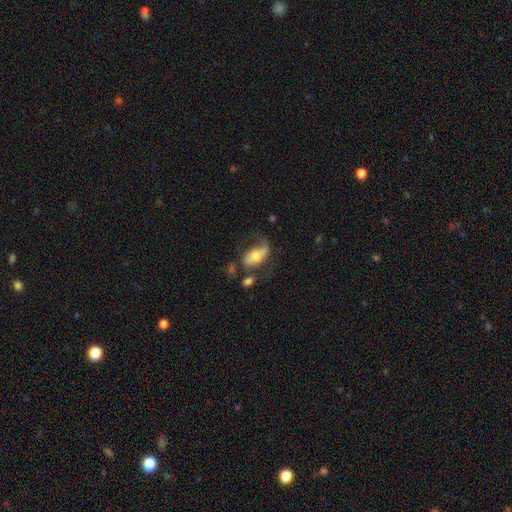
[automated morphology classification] featured or disk 54%, smooth 38%, star or artifact 8%. Down the decision tree: edge-on disk — no (91%); merging — none (36%).